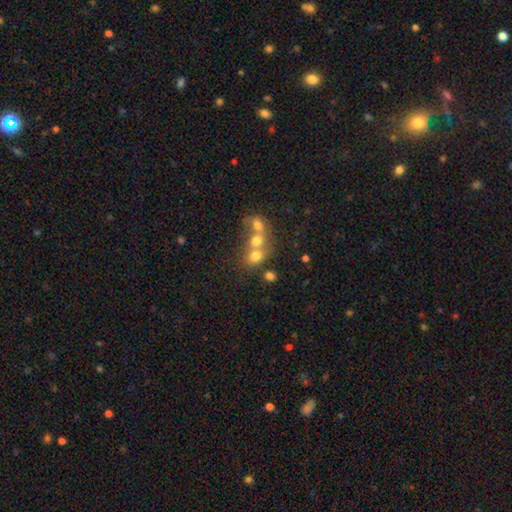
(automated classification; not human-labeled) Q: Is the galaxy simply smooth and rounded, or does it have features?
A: smooth — 69%.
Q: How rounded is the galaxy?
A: round — 64%.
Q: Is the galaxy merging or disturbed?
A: merger — 56%.